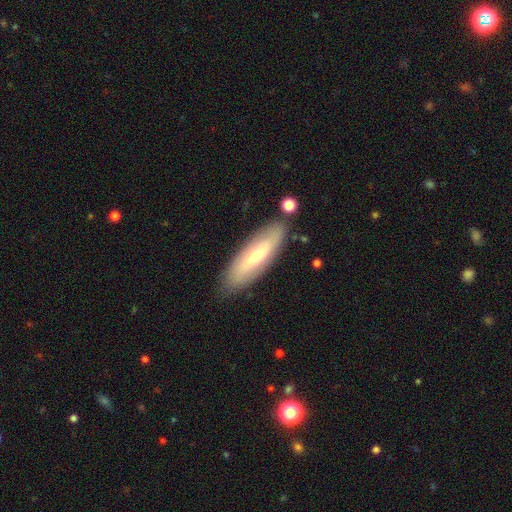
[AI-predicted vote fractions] The model was most divided on "how rounded": cigar-shaped: 52%, in between: 46%, round: 2%. More confident: merging — none (83%); smooth or featured — smooth (56%).